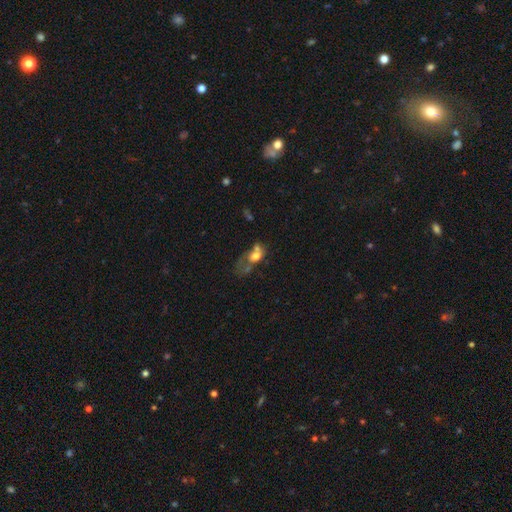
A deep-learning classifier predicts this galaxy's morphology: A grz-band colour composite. It shows a smooth galaxy with no disk features (55%) that is in between round and cigar-shaped (65%). Merging: merger (40%).